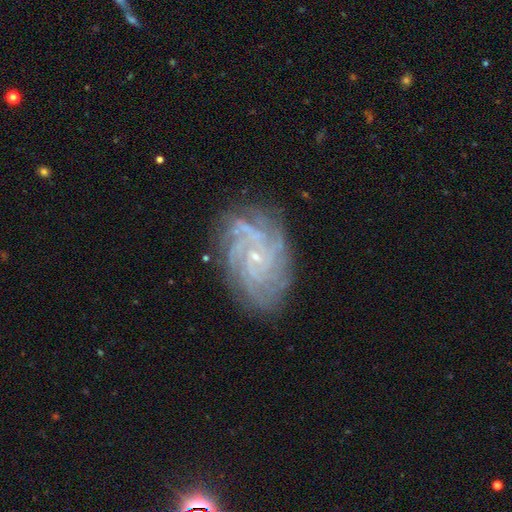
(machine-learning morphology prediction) This appears to be a featured or disk galaxy (87%) with no bar (71%), more than 4 (28%) tight (70%) spiral arms (98%) and a small central bulge (83%). Merging: none (81%).